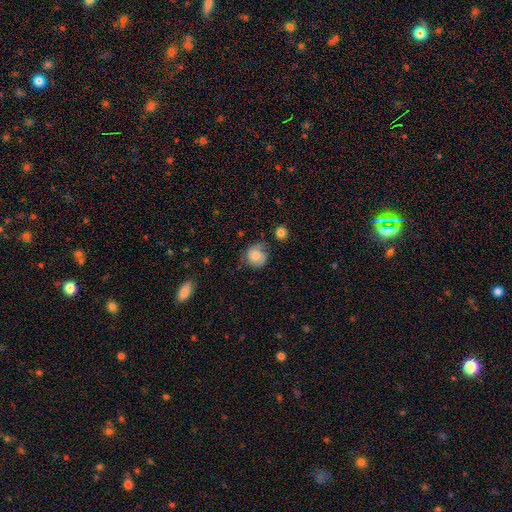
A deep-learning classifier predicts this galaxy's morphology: This is likely a smooth galaxy (62%). How rounded: clearly round (83%). Merging: likely none (63%).